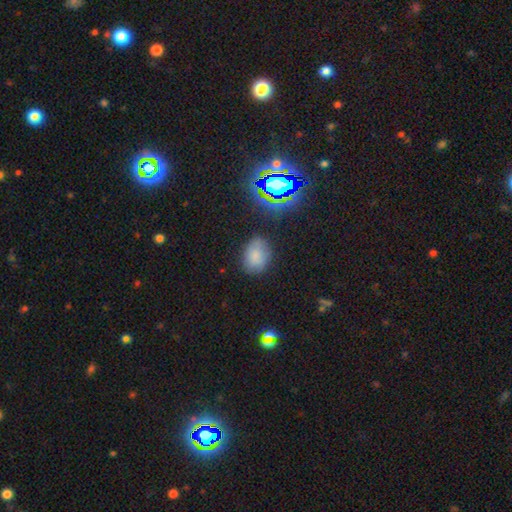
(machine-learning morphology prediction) The model was most divided on "how rounded": in between: 72%, round: 27%, cigar-shaped: 1%. More confident: merging — none (78%); smooth or featured — smooth (76%).